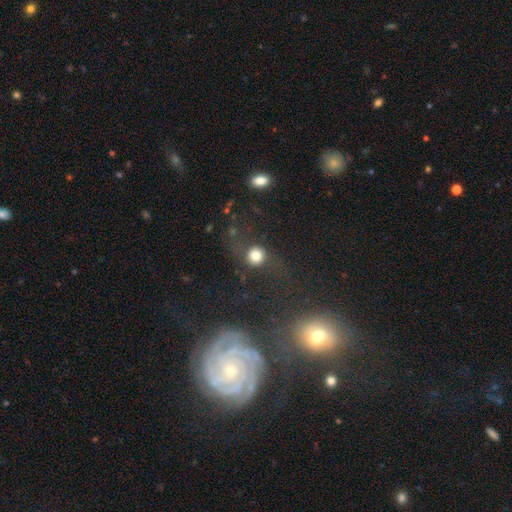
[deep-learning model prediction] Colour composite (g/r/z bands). It shows a smooth galaxy with no disk features (74%) that is round (86%). Merging: none (68%).